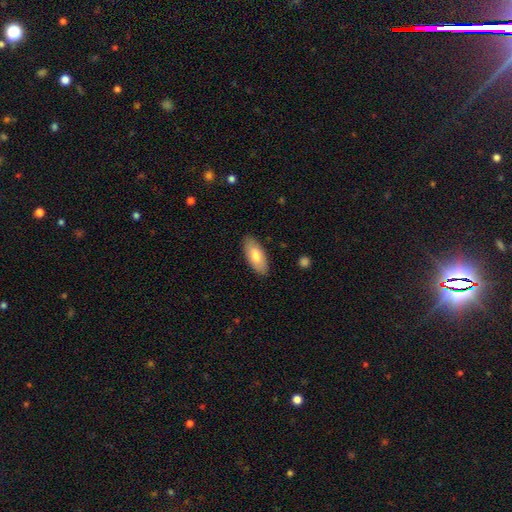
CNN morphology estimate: This is likely a smooth galaxy (78%). How rounded: clearly in between (85%). Merging: clearly none (87%).